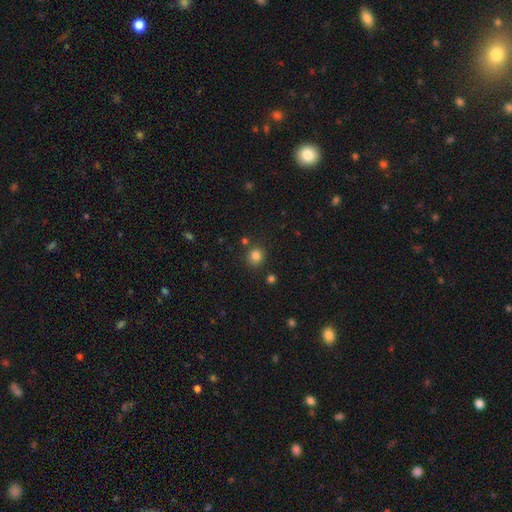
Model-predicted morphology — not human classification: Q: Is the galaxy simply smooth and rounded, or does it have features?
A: smooth — 82%.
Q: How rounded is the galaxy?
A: round — 85%.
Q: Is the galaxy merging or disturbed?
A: none — 82%.